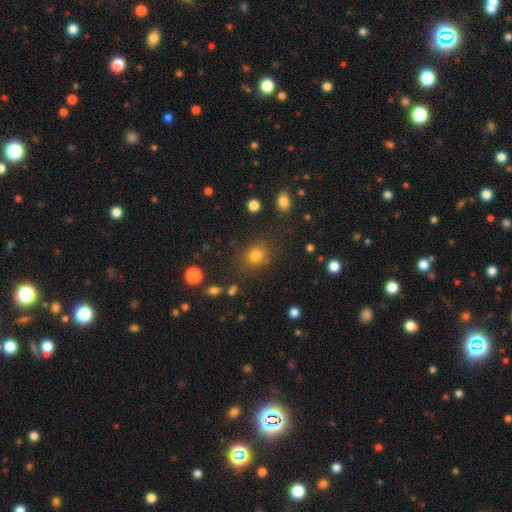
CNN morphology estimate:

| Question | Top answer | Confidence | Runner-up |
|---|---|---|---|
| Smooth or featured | smooth | 79% | star or artifact (15%) |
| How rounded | round | 74% | in between (25%) |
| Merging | none | 80% | minor disturbance (11%) |